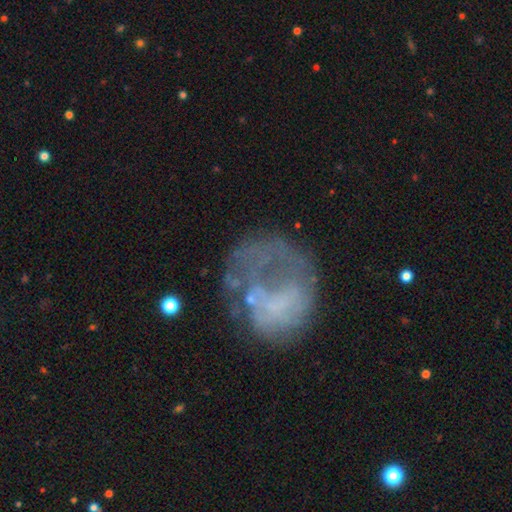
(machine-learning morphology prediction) smooth_or_featured: featured or disk (p=0.54) [alt: smooth p=0.32]
disk_edge_on: no (p=0.98) [alt: yes p=0.02]
bar: no (p=0.87) [alt: weak p=0.10]
has_spiral_arms: no (p=0.82) [alt: yes p=0.18]
bulge_size: none (p=0.74) [alt: small p=0.12]
merging: major disturbance (p=0.38) [tied with: none p=0.38]